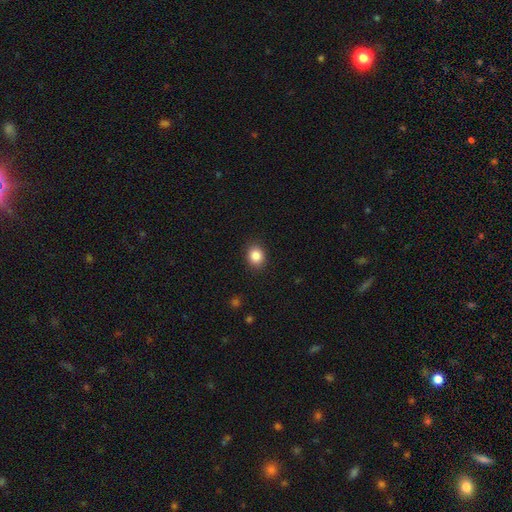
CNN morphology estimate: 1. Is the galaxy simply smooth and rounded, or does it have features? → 86% smooth, 9% star or artifact, 4% featured or disk.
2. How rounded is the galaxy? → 59% round, 40% in between, 1% cigar-shaped.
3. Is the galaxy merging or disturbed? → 89% none, 8% minor disturbance, 2% major disturbance, 1% merger.